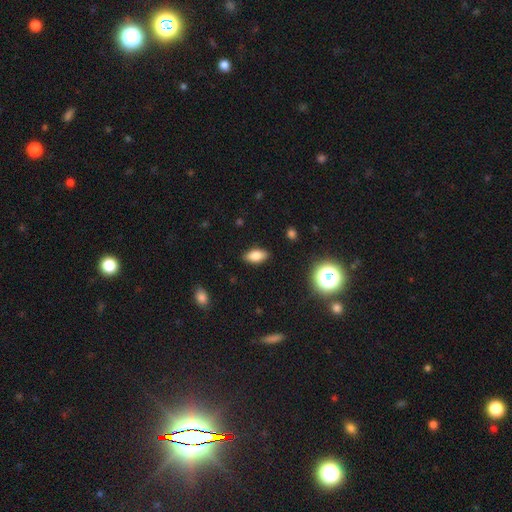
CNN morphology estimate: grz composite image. It shows a smooth galaxy with no disk features (79%) that is in between round and cigar-shaped (88%). Merging: none (87%).